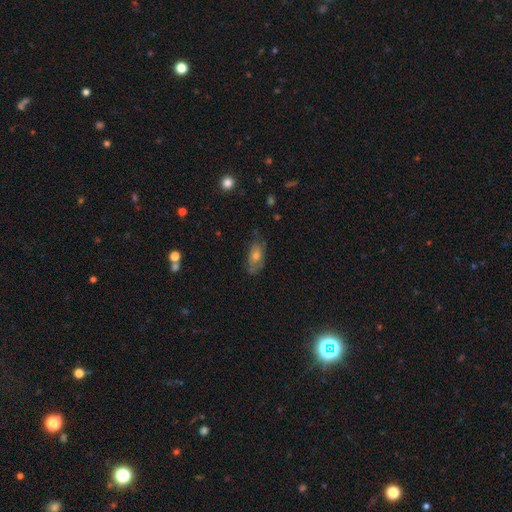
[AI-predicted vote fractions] Smooth or featured? smooth (48%)
Merging? none (71%)